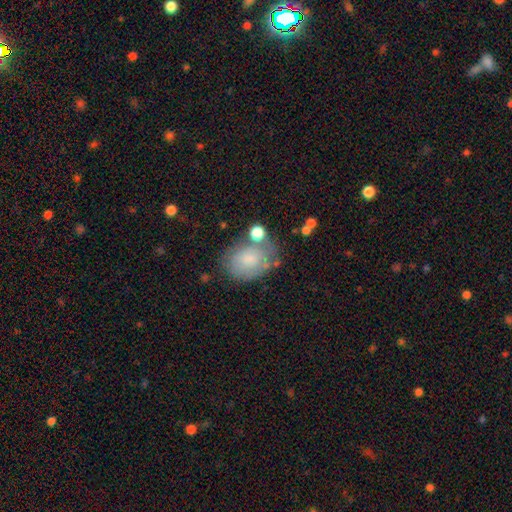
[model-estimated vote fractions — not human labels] smooth 70%, featured or disk 21%, star or artifact 9%. Down the decision tree: how rounded — in between (61%); merging — none (51%).